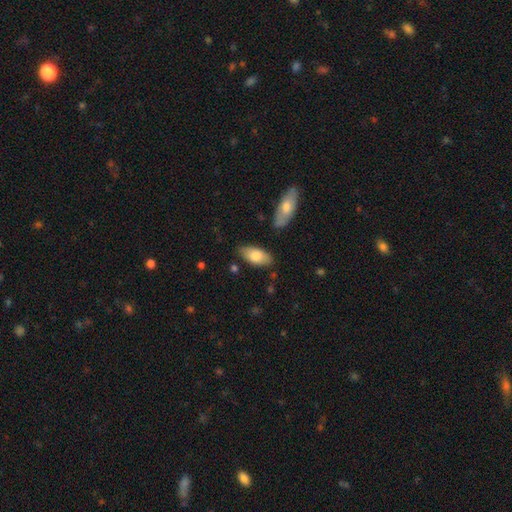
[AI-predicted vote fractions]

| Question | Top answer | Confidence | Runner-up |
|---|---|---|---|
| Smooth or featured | smooth | 80% | featured or disk (15%) |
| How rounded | in between | 90% | cigar-shaped (8%) |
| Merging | none | 79% | minor disturbance (14%) |